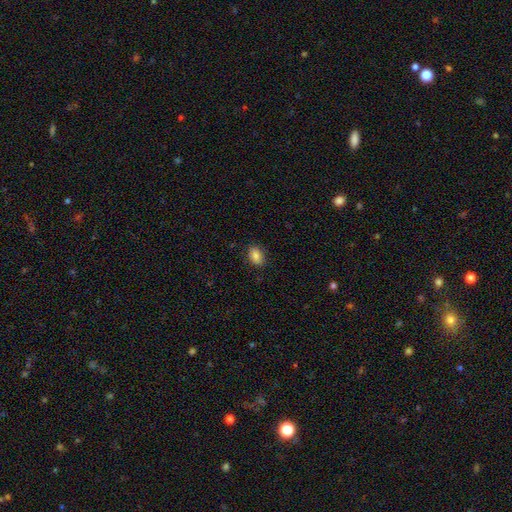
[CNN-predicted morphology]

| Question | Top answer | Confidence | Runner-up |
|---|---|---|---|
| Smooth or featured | smooth | 83% | star or artifact (9%) |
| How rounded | in between | 78% | round (20%) |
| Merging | none | 86% | minor disturbance (11%) |